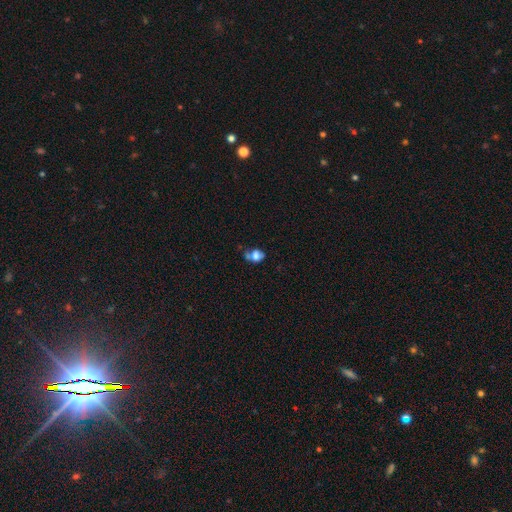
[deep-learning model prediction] Smooth or featured? Predicted: smooth (p=0.63). How rounded? Predicted: in between (p=0.58). Merging? Predicted: none (p=0.35).